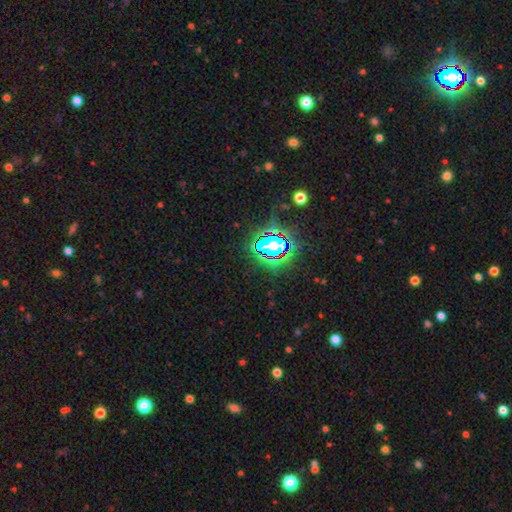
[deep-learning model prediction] This appears to be a star or artifact, not a galaxy (83%).